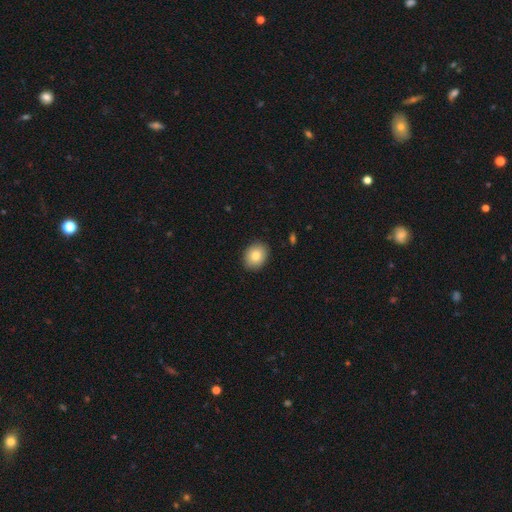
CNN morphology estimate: The model was most divided on "how rounded": round: 53%, in between: 47%, cigar-shaped: 1%. More confident: merging — none (90%); smooth or featured — smooth (83%).